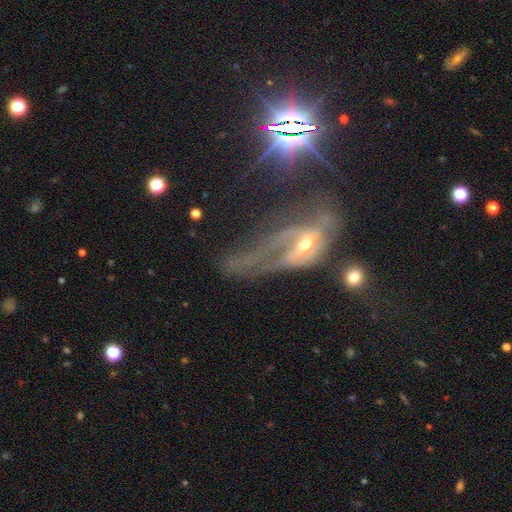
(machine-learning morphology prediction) Smooth or featured?
  - featured or disk: 62% *
  - star or artifact: 22%
  - smooth: 15%
Edge-on disk?
  - no: 80% *
  - yes: 20%
Bar?
  - no: 61% *
  - weak: 26%
  - strong: 13%
Spiral arms?
  - yes: 59% *
  - no: 41%
Bulge size?
  - small: 51% *
  - moderate: 41%
  - none: 3%
  - large: 3%
  - dominant: 1%
Merging?
  - major disturbance: 54% *
  - none: 18%
  - minor disturbance: 14%
  - merger: 14%